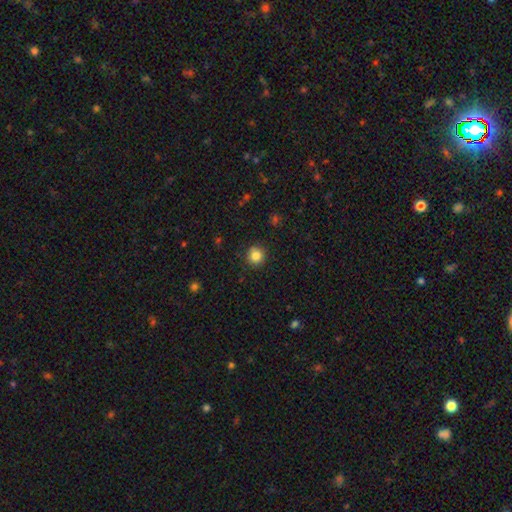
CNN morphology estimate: A smooth galaxy with no disk features (85%) that is round (93%). Merging: none (90%).